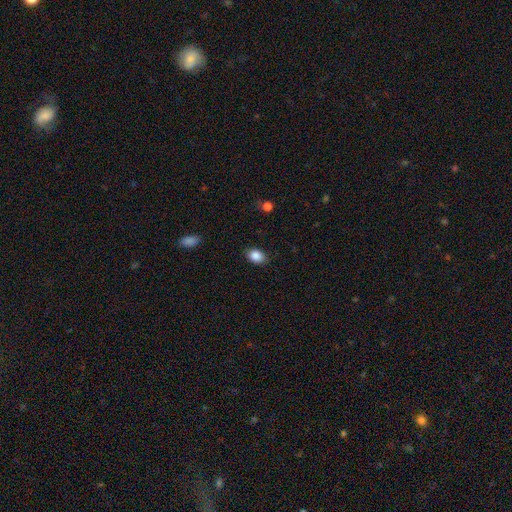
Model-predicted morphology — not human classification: This appears to be a smooth galaxy with no disk features (88%) that is in between round and cigar-shaped (75%). Merging: none (86%).